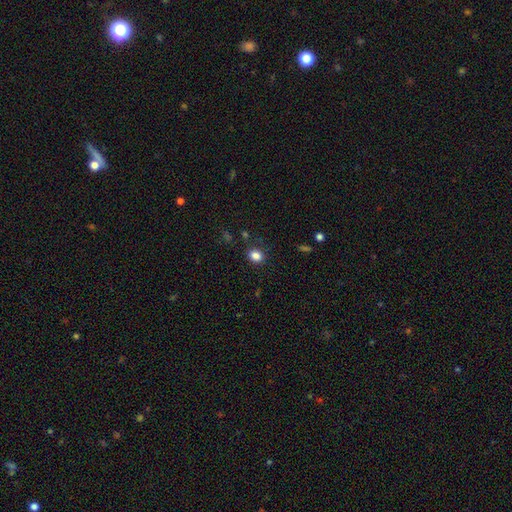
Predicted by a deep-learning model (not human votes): Smooth or featured: smooth — 85% (star or artifact — 11%)
How rounded: in between — 51% (round — 47%)
Merging: none — 84% (minor disturbance — 11%)